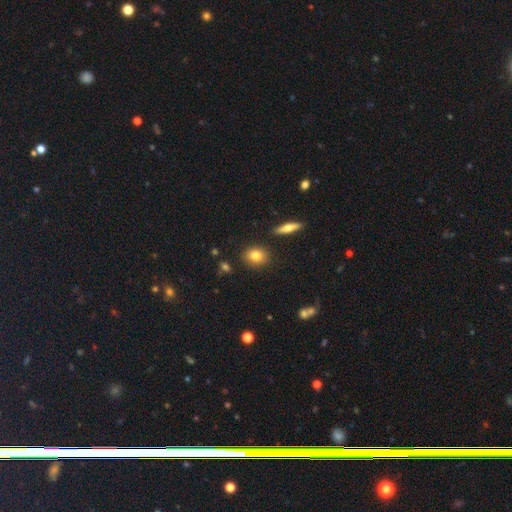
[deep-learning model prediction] Smooth or featured? Predicted: smooth (p=0.80). How rounded? Predicted: round (p=0.53). Merging? Predicted: none (p=0.87).